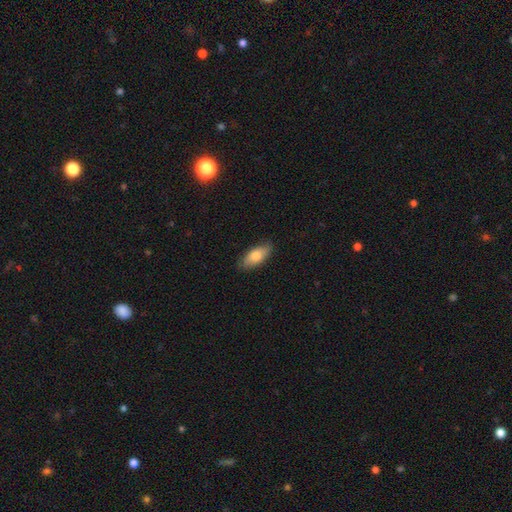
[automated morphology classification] Q: Smooth or featured?
A: smooth (77%); runner-up: featured or disk (17%)
Q: How rounded?
A: in between (84%); runner-up: cigar-shaped (13%)
Q: Merging?
A: none (84%); runner-up: minor disturbance (13%)